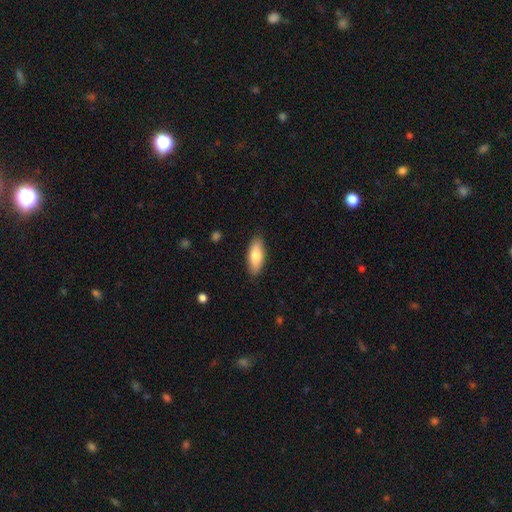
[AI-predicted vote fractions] Smooth or featured?
  - smooth: 78% *
  - featured or disk: 16%
  - star or artifact: 6%
How rounded?
  - in between: 77% *
  - cigar-shaped: 21%
  - round: 2%
Merging?
  - none: 88% *
  - minor disturbance: 9%
  - major disturbance: 2%
  - merger: 1%